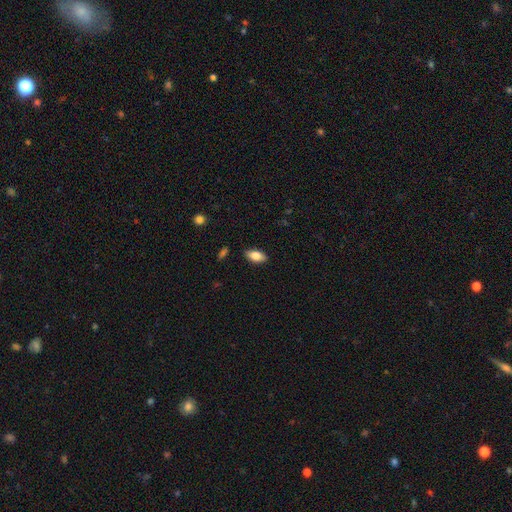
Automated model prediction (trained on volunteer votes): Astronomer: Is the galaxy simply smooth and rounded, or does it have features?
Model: smooth — 80%.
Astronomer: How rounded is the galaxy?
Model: in between — 90%.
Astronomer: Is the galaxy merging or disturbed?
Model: none — 88%.